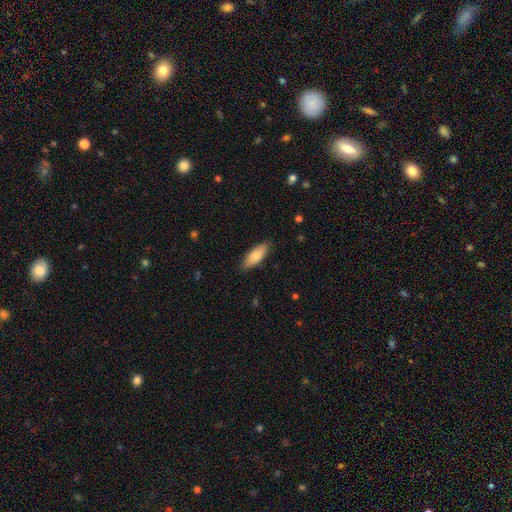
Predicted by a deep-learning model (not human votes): This appears to be a smooth galaxy with no disk features (78%) that is in between round and cigar-shaped (73%). Merging: none (86%).